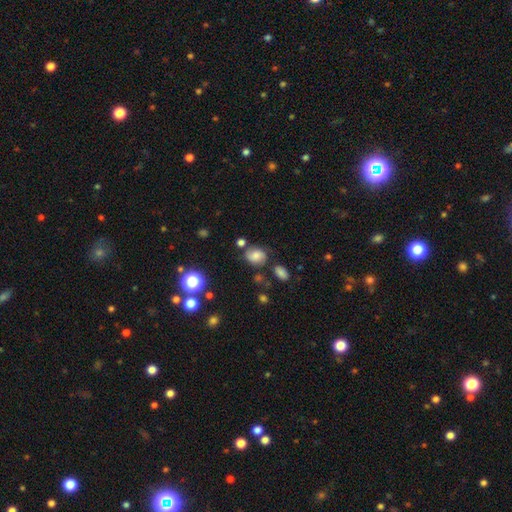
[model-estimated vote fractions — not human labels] Overall: smooth (72%). How rounded: in between (52%; round 47%). Merging: none (66%).